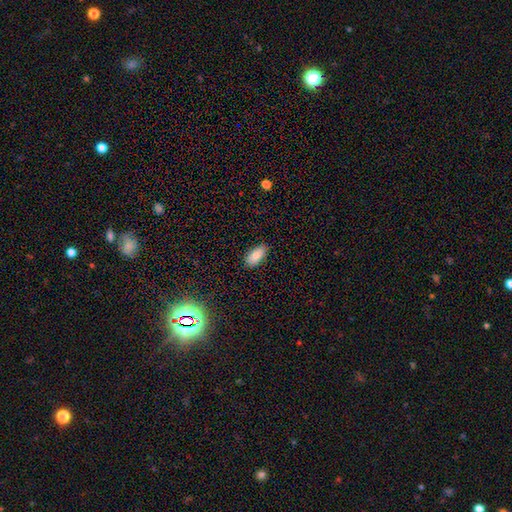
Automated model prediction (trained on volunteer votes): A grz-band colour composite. It shows a smooth galaxy with no disk features (82%) that is in between round and cigar-shaped (91%). Merging: none (84%).